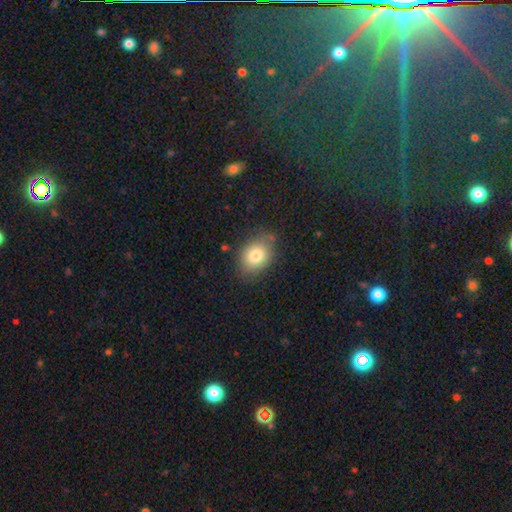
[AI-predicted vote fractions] Smooth or featured?
  - smooth: 81% *
  - featured or disk: 10%
  - star or artifact: 9%
How rounded?
  - in between: 64% *
  - round: 35%
  - cigar-shaped: 1%
Merging?
  - none: 78% *
  - minor disturbance: 16%
  - major disturbance: 4%
  - merger: 2%